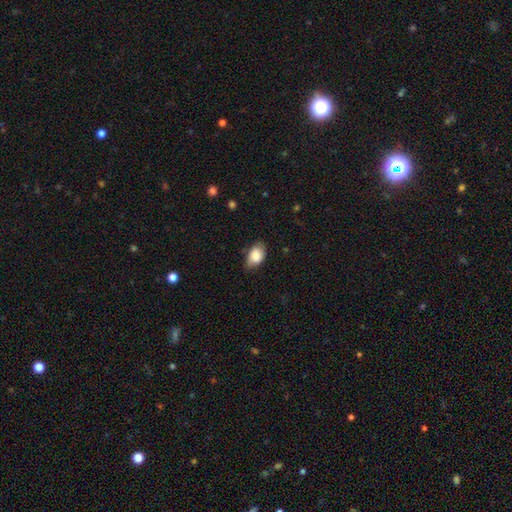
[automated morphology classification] This appears to be a smooth galaxy with no disk features (85%) that is in between round and cigar-shaped (87%). Merging: none (69%).